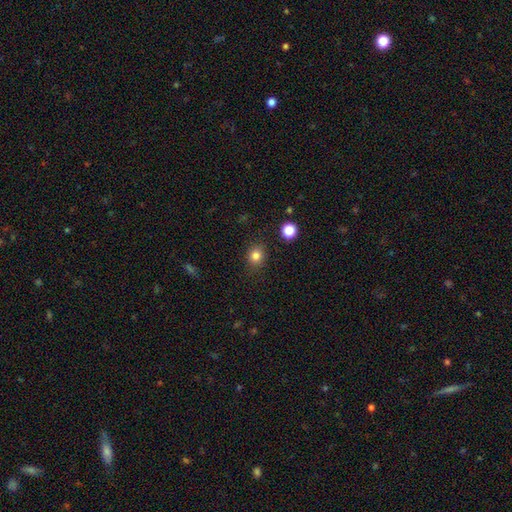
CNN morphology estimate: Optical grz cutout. It shows a smooth galaxy with no disk features (82%) that is round (72%). Merging: none (87%).